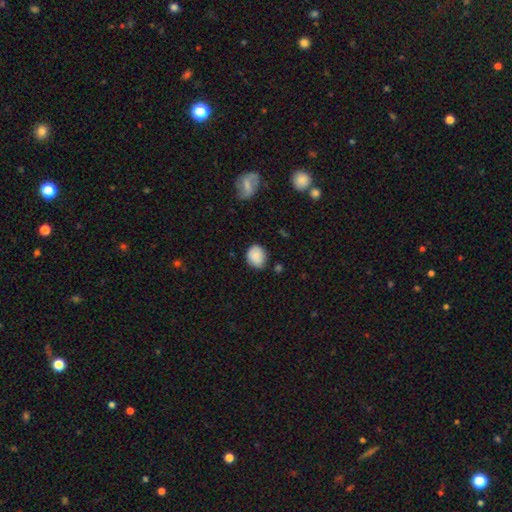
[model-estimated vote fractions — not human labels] Smooth or featured? smooth (85%)
How rounded? round (51%)
Merging? none (69%)